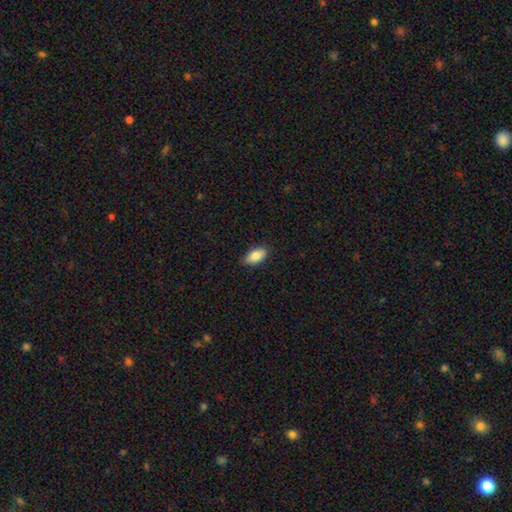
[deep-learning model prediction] A smooth galaxy with no disk features (86%) that is in between round and cigar-shaped (92%).

Vote fractions:
- Smooth or featured? smooth: 86% / featured or disk: 7% / star or artifact: 7%
- How rounded? in between: 92% / cigar-shaped: 5% / round: 3%
- Merging? none: 86% / minor disturbance: 11% / major disturbance: 2% / merger: 1%